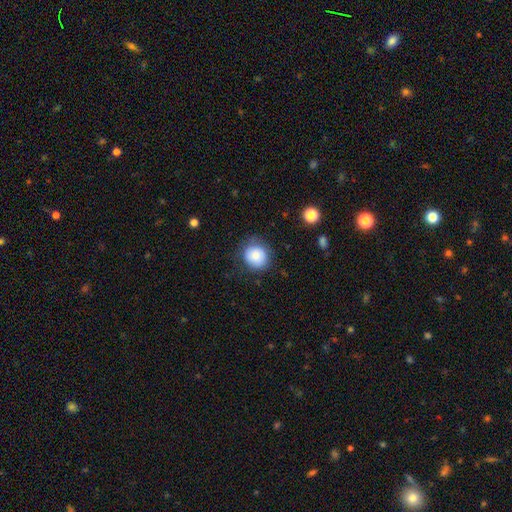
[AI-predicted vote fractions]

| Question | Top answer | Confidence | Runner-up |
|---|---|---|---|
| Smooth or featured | smooth | 81% | featured or disk (10%) |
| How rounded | round | 85% | in between (14%) |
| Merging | none | 75% | minor disturbance (17%) |